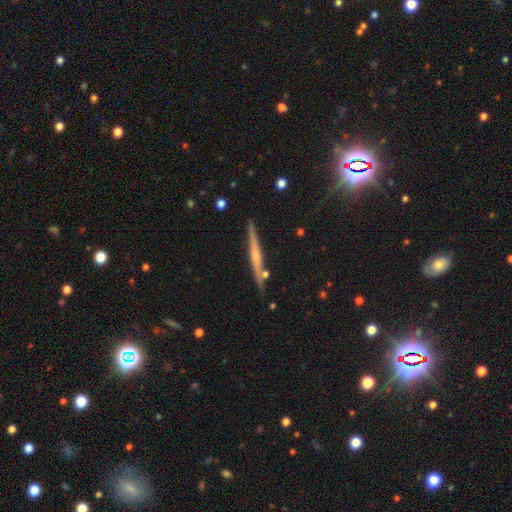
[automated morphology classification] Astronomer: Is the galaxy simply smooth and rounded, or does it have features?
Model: featured or disk — 63%.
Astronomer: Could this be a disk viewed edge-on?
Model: yes — 97%.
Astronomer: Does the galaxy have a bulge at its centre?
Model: none — 44% (runner-up: rounded, 43%).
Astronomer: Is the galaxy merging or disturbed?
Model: none — 85%.